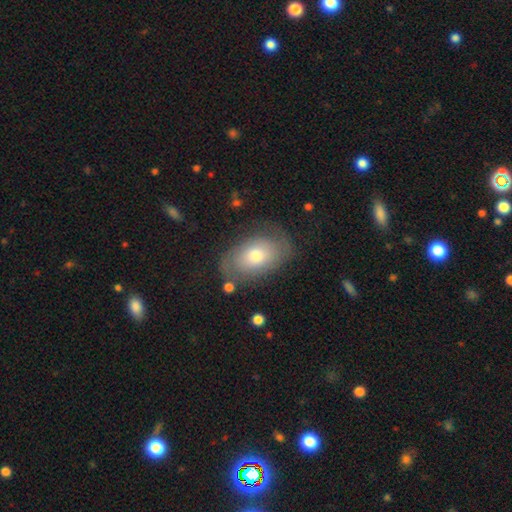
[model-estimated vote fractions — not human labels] Morphology: type=smooth (57%); roundness=in between (89%); merging=none (68%).